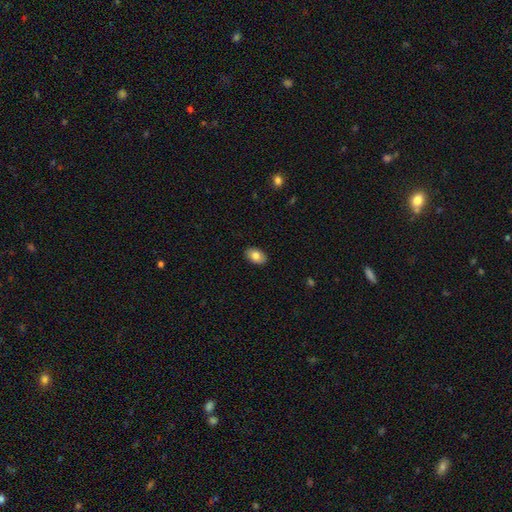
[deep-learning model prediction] Q: Smooth or featured?
A: smooth (83%); runner-up: featured or disk (10%)
Q: How rounded?
A: in between (90%); runner-up: round (9%)
Q: Merging?
A: none (90%); runner-up: minor disturbance (8%)